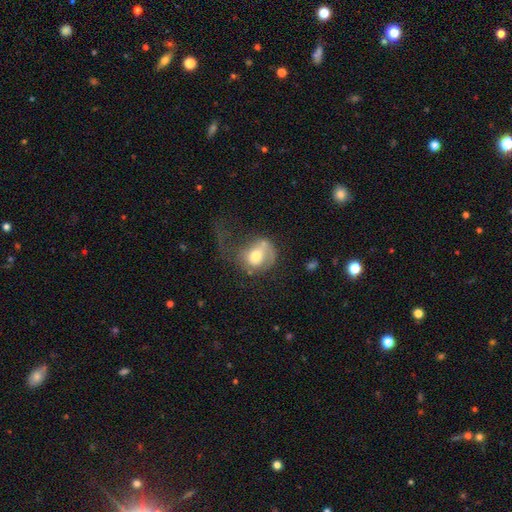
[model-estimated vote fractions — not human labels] Morphology: type=smooth (57%); roundness=round (59%); merging=major disturbance (51%).